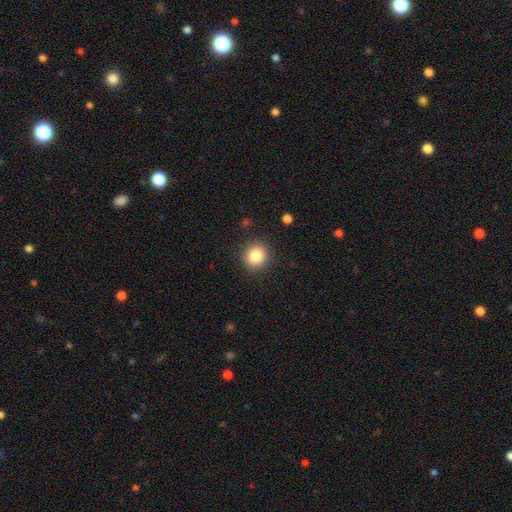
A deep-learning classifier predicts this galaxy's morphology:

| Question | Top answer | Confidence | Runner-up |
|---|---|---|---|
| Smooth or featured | smooth | 84% | star or artifact (10%) |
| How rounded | round | 91% | in between (8%) |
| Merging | none | 90% | minor disturbance (6%) |